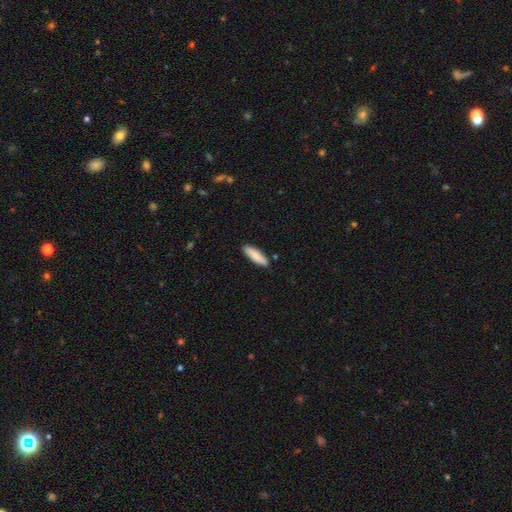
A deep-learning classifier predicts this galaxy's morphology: This is clearly a smooth galaxy (84%). How rounded: likely cigar-shaped (62%). Merging: clearly none (87%).